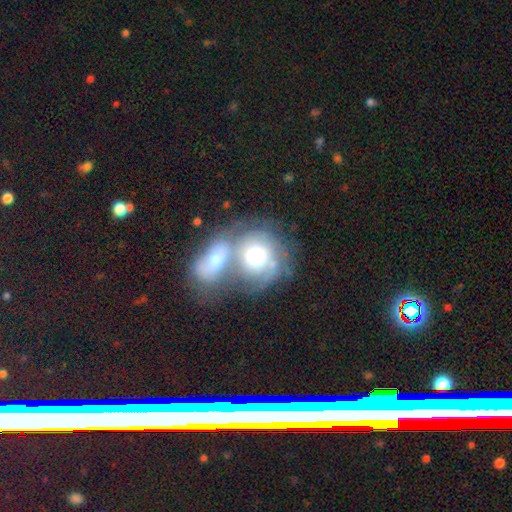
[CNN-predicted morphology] Smooth or featured: smooth — 52% (featured or disk — 41%)
How rounded: round — 70% (in between — 28%)
Merging: merger — 59% (none — 23%)